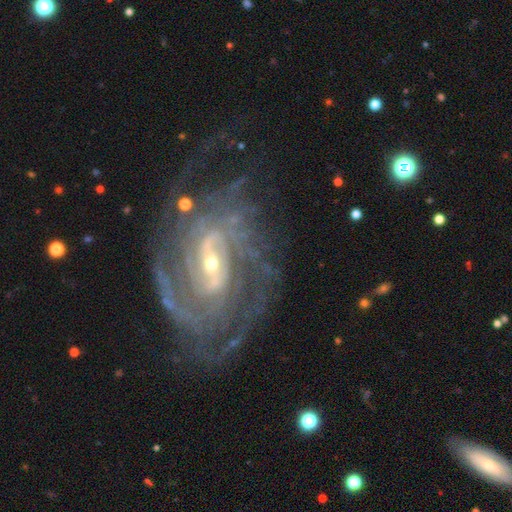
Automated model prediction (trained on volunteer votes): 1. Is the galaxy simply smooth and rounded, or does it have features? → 91% featured or disk, 6% star or artifact, 3% smooth.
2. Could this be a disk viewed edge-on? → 97% no, 3% yes.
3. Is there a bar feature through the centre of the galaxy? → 45% weak, 29% strong, 26% no.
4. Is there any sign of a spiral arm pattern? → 97% yes, 3% no.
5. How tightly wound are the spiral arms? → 56% tight, 35% medium, 9% loose.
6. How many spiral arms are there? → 31% 2, 23% can't tell, 17% 3, 13% 4, 8% more than 4, 7% 1.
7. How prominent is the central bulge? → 69% small, 26% moderate, 2% large, 1% none, 1% dominant.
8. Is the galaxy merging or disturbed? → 65% none, 18% minor disturbance, 15% major disturbance, 2% merger.